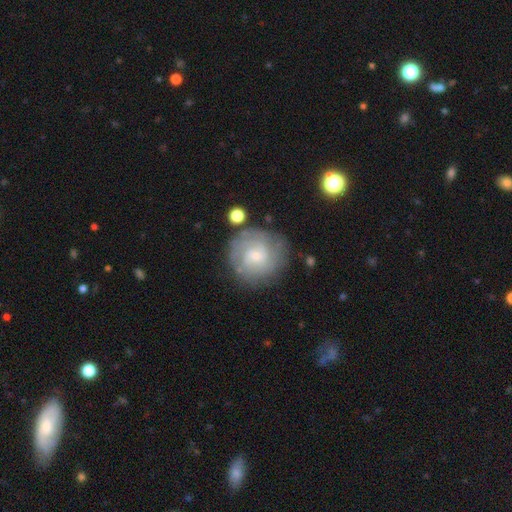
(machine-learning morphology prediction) A featured or disk galaxy (64%) with no bar (69%), tight (61%) spiral arms (86%) and a small central bulge (66%).

Vote fractions:
- Smooth or featured? featured or disk: 64% / smooth: 28% / star or artifact: 8%
- Edge-on disk? no: 98% / yes: 2%
- Bar? no: 69% / weak: 28% / strong: 3%
- Spiral arms? yes: 86% / no: 14%
- Spiral winding? tight: 61% / medium: 29% / loose: 10%
- Spiral arm count? can't tell: 42% / 2: 24% / 3: 17% / 4: 7% / 1: 6% / more than 4: 4%
- Bulge size? small: 66% / moderate: 27% / none: 3% / large: 3% / dominant: 1%
- Merging? none: 74% / minor disturbance: 16% / major disturbance: 7% / merger: 3%